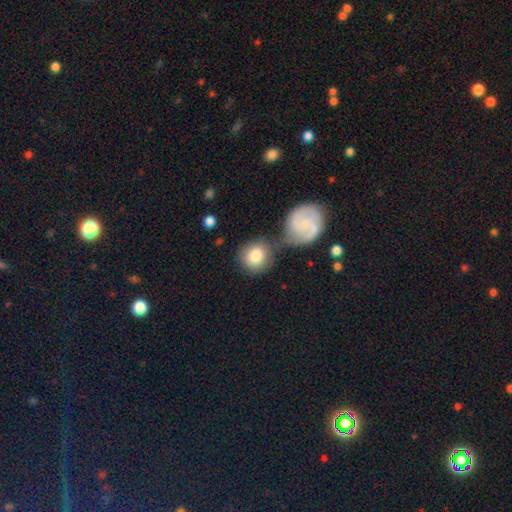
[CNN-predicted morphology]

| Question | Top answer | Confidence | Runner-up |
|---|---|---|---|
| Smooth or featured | smooth | 80% | featured or disk (14%) |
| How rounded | round | 82% | in between (17%) |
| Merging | none | 51% | merger (31%) |